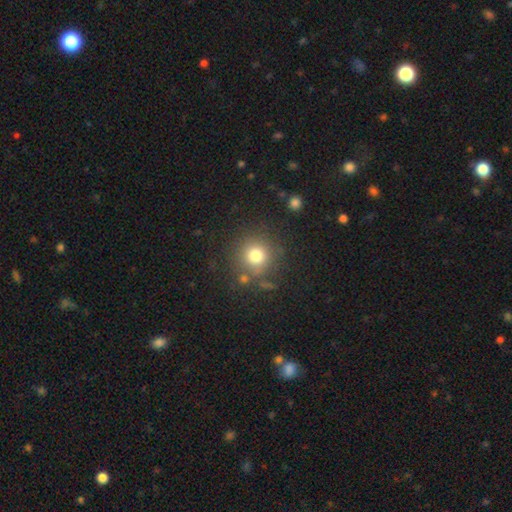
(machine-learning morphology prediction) smooth-or-featured: smooth: 78% | star or artifact: 14% | featured or disk: 8%
  how-rounded: round: 93% | in between: 6% | cigar-shaped: 1%
  merging: none: 80% | minor disturbance: 10% | merger: 5% | major disturbance: 4%